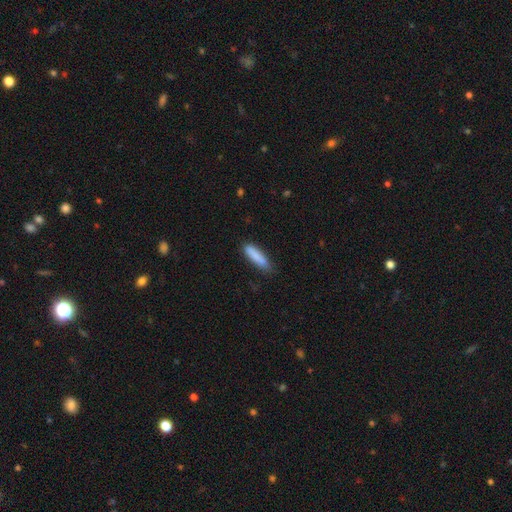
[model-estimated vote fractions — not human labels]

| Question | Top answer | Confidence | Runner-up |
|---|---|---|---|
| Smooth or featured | smooth | 86% | featured or disk (8%) |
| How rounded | cigar-shaped | 74% | in between (25%) |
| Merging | none | 77% | minor disturbance (18%) |